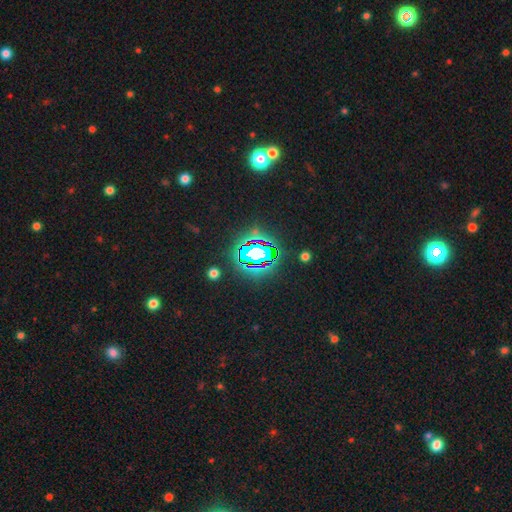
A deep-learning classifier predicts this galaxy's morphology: A star or artifact, not a galaxy (72%).